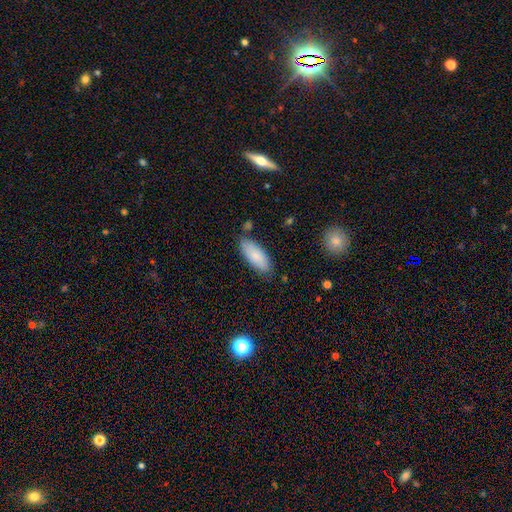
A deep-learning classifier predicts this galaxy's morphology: Q: Smooth or featured?
A: smooth (84%); runner-up: featured or disk (10%)
Q: How rounded?
A: in between (80%); runner-up: cigar-shaped (19%)
Q: Merging?
A: none (78%); runner-up: minor disturbance (16%)